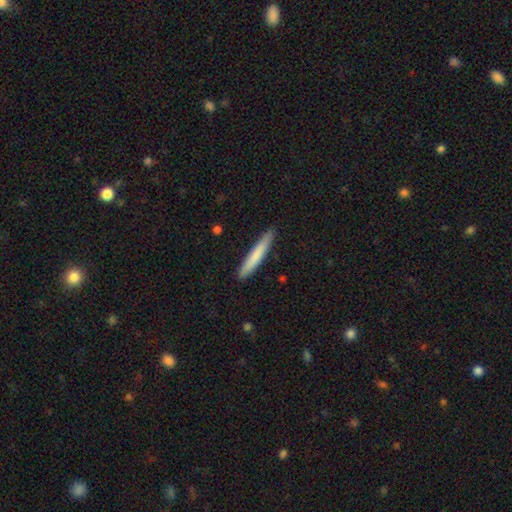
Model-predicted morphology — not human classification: smooth-or-featured: smooth: 76% | featured or disk: 19% | star or artifact: 5%
  how-rounded: cigar-shaped: 95% | in between: 4% | round: 1%
  merging: none: 89% | minor disturbance: 8% | major disturbance: 1% | merger: 1%